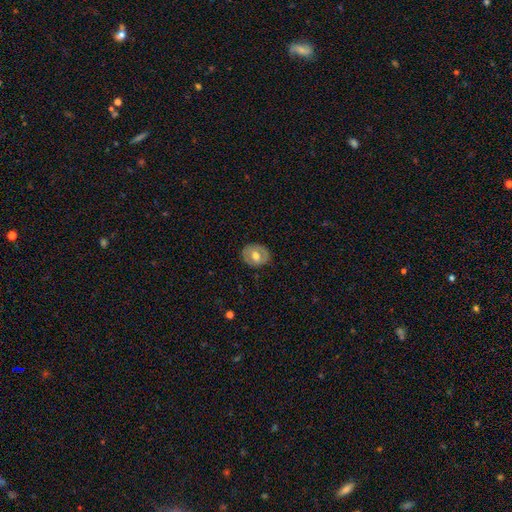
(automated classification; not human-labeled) This appears to be a smooth galaxy with no disk features (49%). Merging: none (82%).